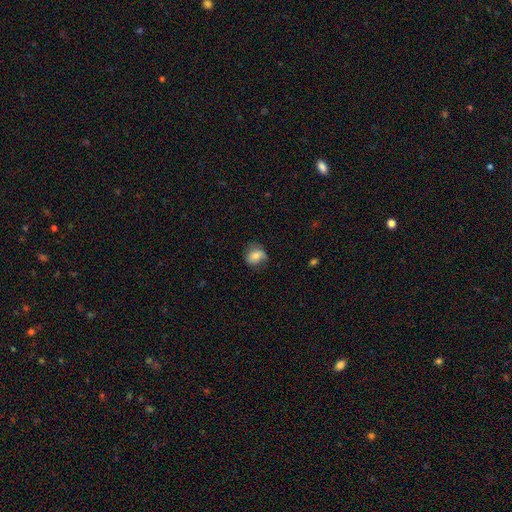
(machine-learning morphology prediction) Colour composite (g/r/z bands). It shows a smooth galaxy with no disk features (69%) that is in between round and cigar-shaped (52%). Merging: none (56%).